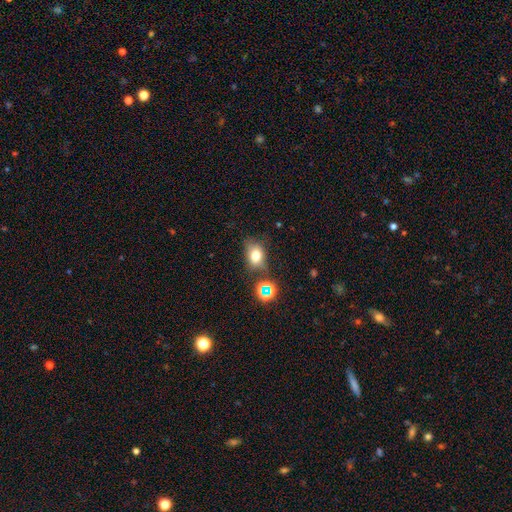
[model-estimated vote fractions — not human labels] The model was most divided on "how rounded": in between: 66%, round: 32%, cigar-shaped: 2%. More confident: smooth or featured — smooth (69%); merging — none (65%).